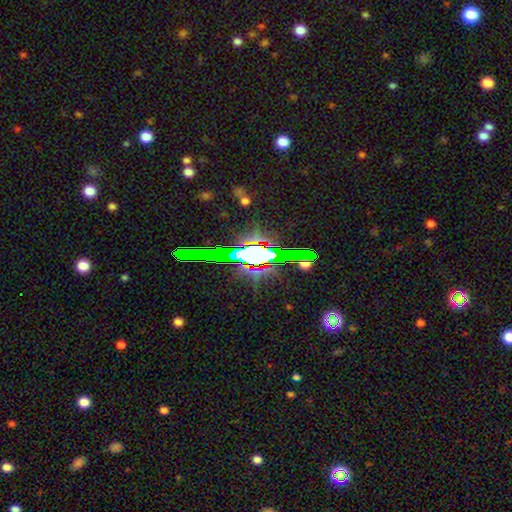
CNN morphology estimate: Overall: star or artifact (65%).